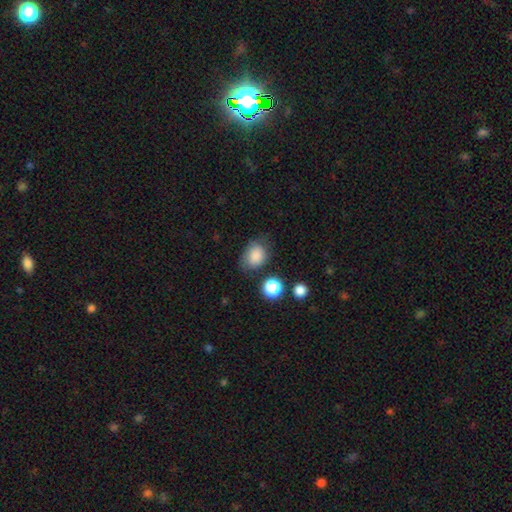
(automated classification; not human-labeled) Smooth or featured: smooth — 85% (star or artifact — 9%)
How rounded: in between — 59% (round — 40%)
Merging: none — 65% (minor disturbance — 24%)